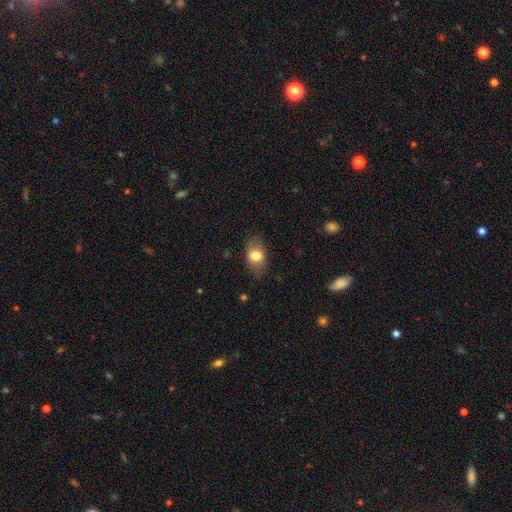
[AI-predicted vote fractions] smooth 76%, featured or disk 16%, star or artifact 8%. Down the decision tree: how rounded — in between (79%); merging — none (79%).